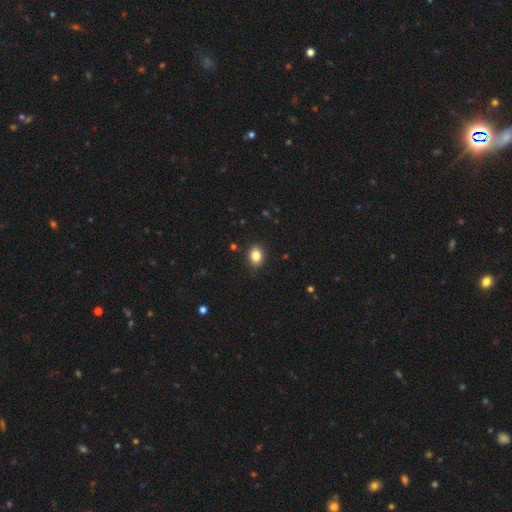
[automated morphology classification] This is clearly a smooth galaxy (85%). How rounded: likely in between (66%). Merging: clearly none (90%).